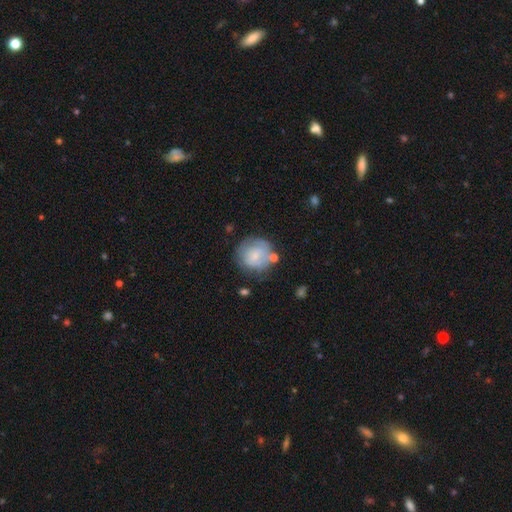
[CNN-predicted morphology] This is possibly a smooth galaxy (60%). How rounded: clearly round (88%). Merging: possibly none (60%).